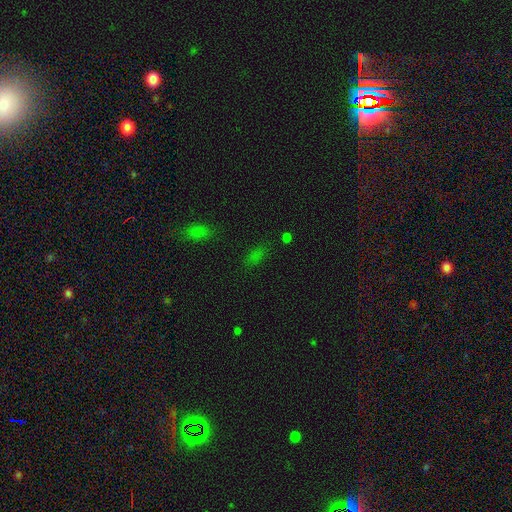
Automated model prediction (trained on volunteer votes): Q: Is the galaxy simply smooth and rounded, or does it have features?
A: smooth — 64%.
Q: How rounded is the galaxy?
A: in between — 79%.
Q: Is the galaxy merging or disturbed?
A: none — 75%.